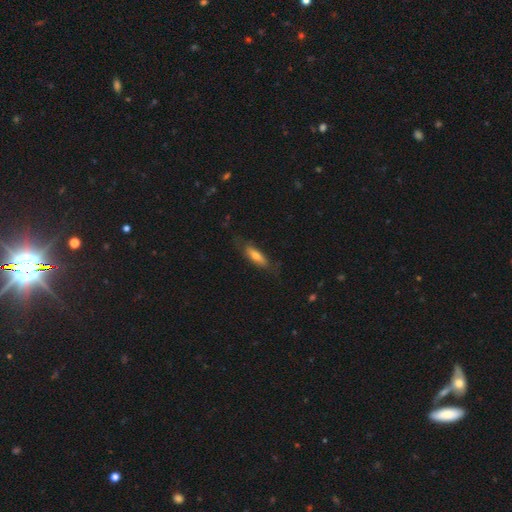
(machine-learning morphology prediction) Smooth or featured? Predicted: smooth (p=0.62). How rounded? Predicted: cigar-shaped (p=0.52). Merging? Predicted: none (p=0.70).